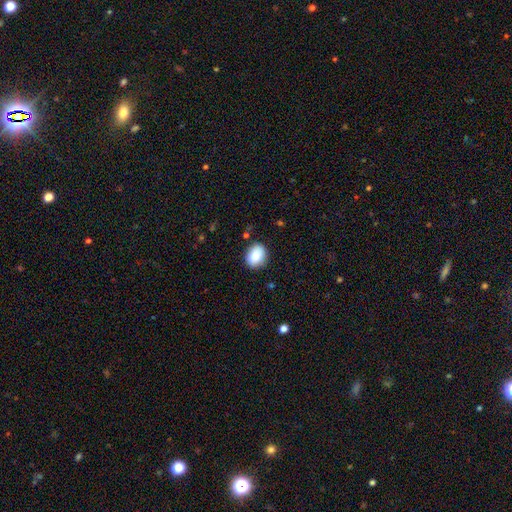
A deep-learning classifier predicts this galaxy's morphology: This is clearly a smooth galaxy (83%). How rounded: possibly in between (53%). Merging: clearly none (85%).